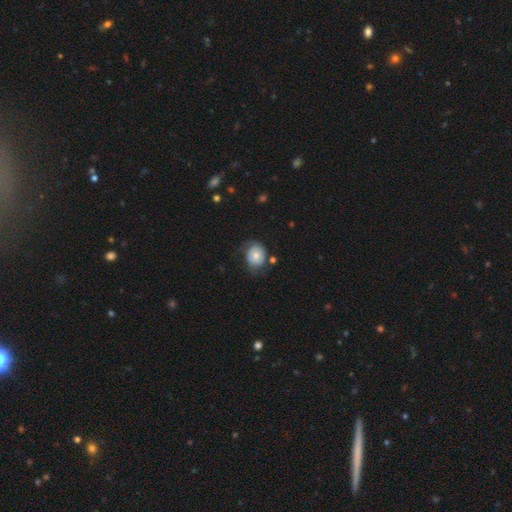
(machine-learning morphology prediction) A smooth galaxy with no disk features (58%) that is round (61%).

Vote fractions:
- Smooth or featured? smooth: 58% / featured or disk: 34% / star or artifact: 8%
- How rounded? round: 61% / in between: 38% / cigar-shaped: 1%
- Merging? none: 54% / minor disturbance: 28% / major disturbance: 15% / merger: 4%